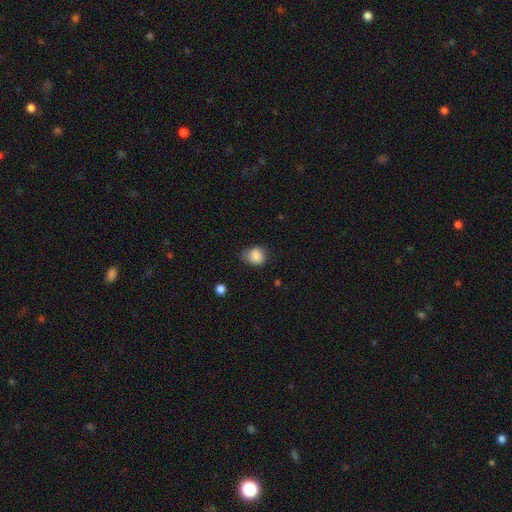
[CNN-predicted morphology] A smooth galaxy with no disk features (85%) that is round (63%).

Vote fractions:
- Smooth or featured? smooth: 85% / star or artifact: 9% / featured or disk: 6%
- How rounded? round: 63% / in between: 36% / cigar-shaped: 1%
- Merging? none: 61% / minor disturbance: 30% / major disturbance: 7% / merger: 2%